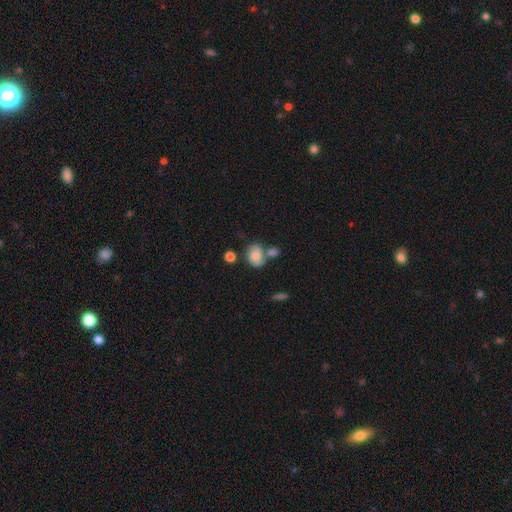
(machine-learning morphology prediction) Q: Smooth or featured?
A: smooth (64%); runner-up: featured or disk (27%)
Q: How rounded?
A: in between (55%); runner-up: round (44%)
Q: Merging?
A: none (43%); runner-up: merger (30%)